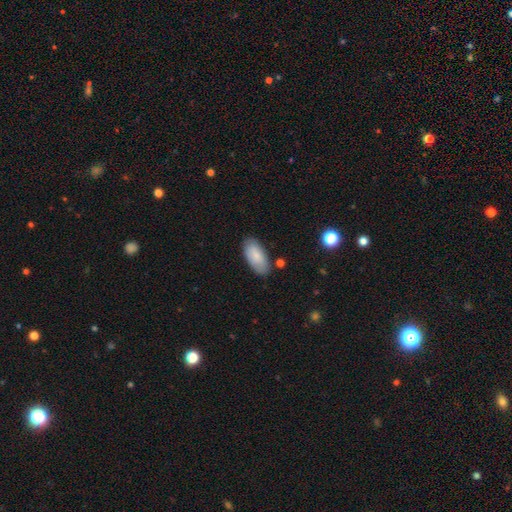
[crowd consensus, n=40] Smooth or featured: smooth — 92% (featured or disk — 5%)
How rounded: in between — 86% (cigar-shaped — 14%)
Merging: none — 72% (minor disturbance — 26%)